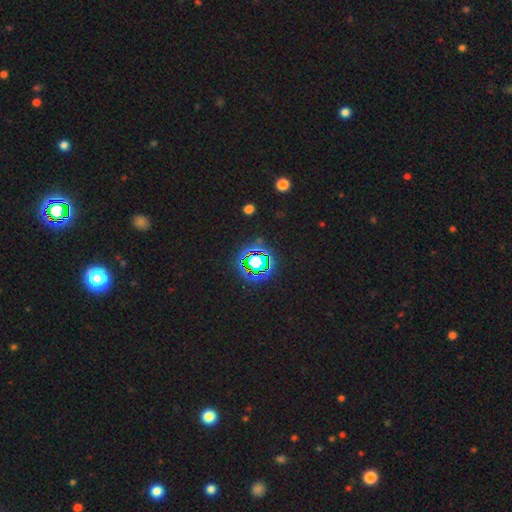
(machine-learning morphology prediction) Smooth or featured? star or artifact (75%)